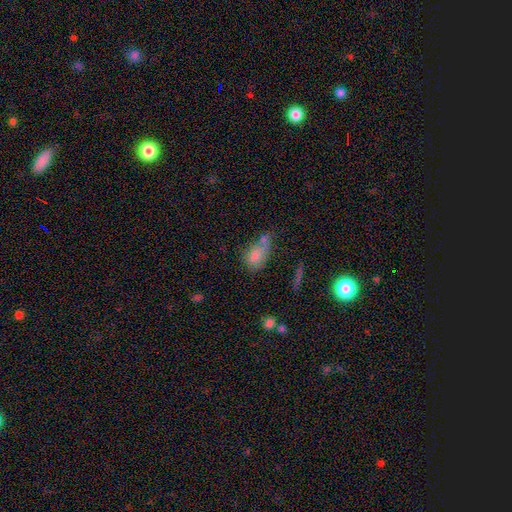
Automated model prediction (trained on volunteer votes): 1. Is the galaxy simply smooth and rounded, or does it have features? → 74% smooth, 15% featured or disk, 11% star or artifact.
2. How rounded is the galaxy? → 82% in between, 15% round, 3% cigar-shaped.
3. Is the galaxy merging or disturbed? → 33% merger (tied), 33% none (tied), 21% minor disturbance, 13% major disturbance.